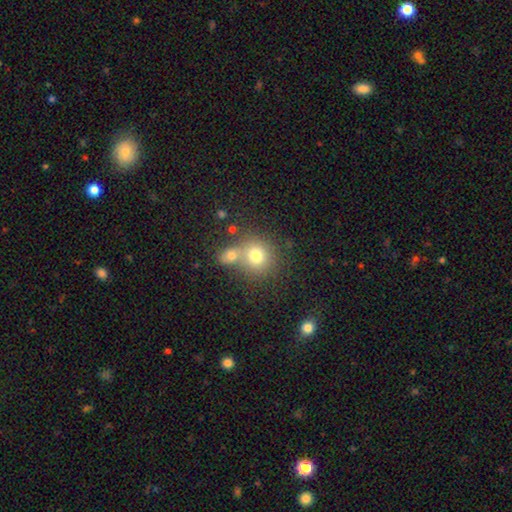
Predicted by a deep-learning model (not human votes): Q: Smooth or featured?
A: smooth (75%); runner-up: star or artifact (13%)
Q: How rounded?
A: round (83%); runner-up: in between (16%)
Q: Merging?
A: none (47%); runner-up: merger (40%)